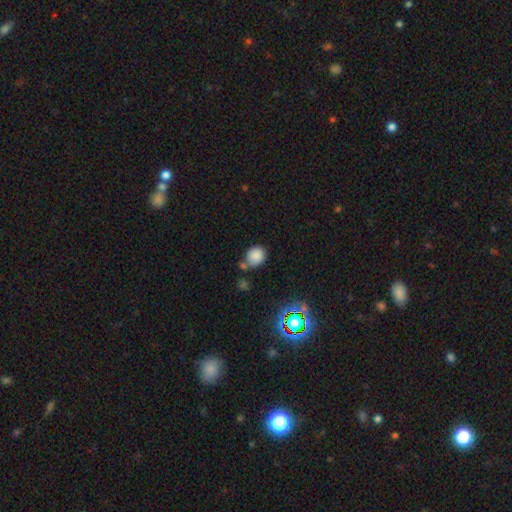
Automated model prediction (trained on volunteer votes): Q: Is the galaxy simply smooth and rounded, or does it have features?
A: smooth — 83%.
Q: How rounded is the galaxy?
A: round — 68%.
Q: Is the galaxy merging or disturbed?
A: none — 59%.